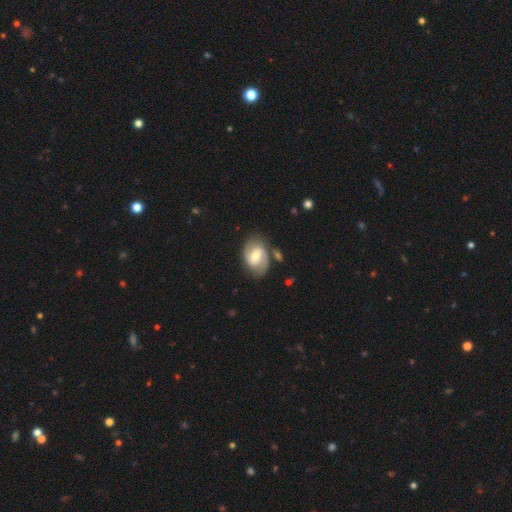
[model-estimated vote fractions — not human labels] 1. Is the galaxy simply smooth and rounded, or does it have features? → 72% featured or disk, 22% smooth, 6% star or artifact.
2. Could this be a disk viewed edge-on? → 97% no, 3% yes.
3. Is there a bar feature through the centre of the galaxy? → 48% weak, 37% no, 14% strong.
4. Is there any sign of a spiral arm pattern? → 90% yes, 10% no.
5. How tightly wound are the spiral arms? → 46% medium, 34% tight, 19% loose.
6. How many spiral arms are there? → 83% 2, 9% can't tell, 5% 1, 2% 3, 1% 4, 1% more than 4.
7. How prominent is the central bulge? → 63% moderate, 30% small, 5% large, 1% none, 1% dominant.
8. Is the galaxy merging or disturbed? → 72% none, 17% minor disturbance, 6% major disturbance, 5% merger.